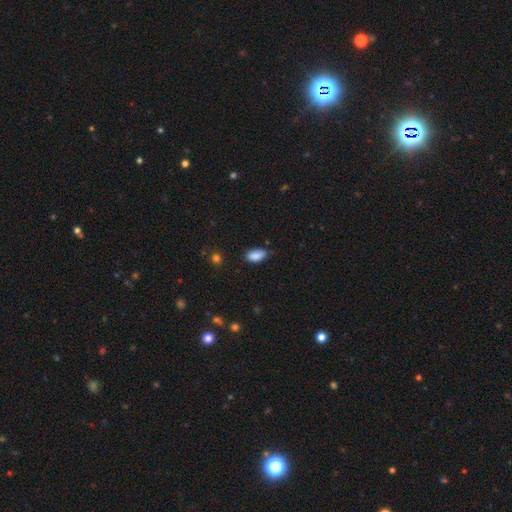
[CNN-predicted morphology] smooth_or_featured: smooth (p=0.88) [alt: star or artifact p=0.08]
how_rounded: in between (p=0.93) [alt: round p=0.04]
merging: none (p=0.72) [alt: minor disturbance p=0.23]